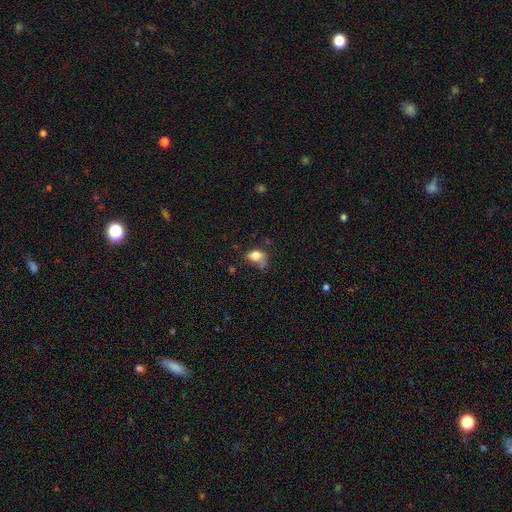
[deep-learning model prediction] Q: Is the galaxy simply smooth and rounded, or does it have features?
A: smooth — 77%.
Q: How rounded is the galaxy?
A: in between — 70%.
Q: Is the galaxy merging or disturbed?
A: none — 35%.